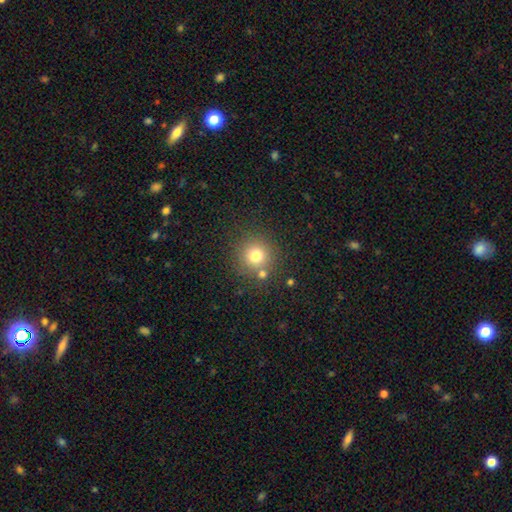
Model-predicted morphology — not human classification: Overall: smooth (75%). How rounded: round (94%). Merging: none (77%).